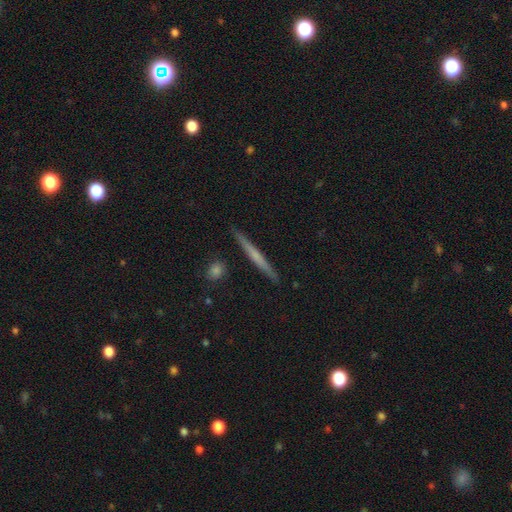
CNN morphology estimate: smooth_or_featured: featured or disk (p=0.50) [alt: smooth p=0.44]
disk_edge_on: yes (p=0.97) [alt: no p=0.03]
merging: none (p=0.91) [alt: minor disturbance p=0.06]